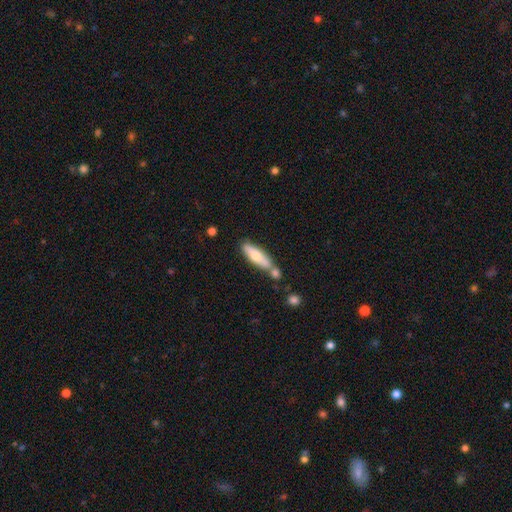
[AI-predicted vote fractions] smooth_or_featured: smooth (p=0.60) [alt: featured or disk p=0.35]
how_rounded: cigar-shaped (p=0.54) [alt: in between p=0.44]
merging: none (p=0.51) [alt: merger p=0.29]